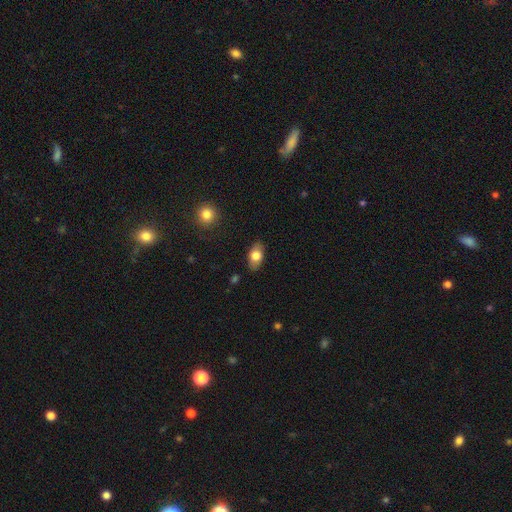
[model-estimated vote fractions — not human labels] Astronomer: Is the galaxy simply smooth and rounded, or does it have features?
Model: smooth — 77%.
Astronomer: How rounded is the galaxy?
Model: in between — 89%.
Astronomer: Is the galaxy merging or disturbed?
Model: none — 85%.